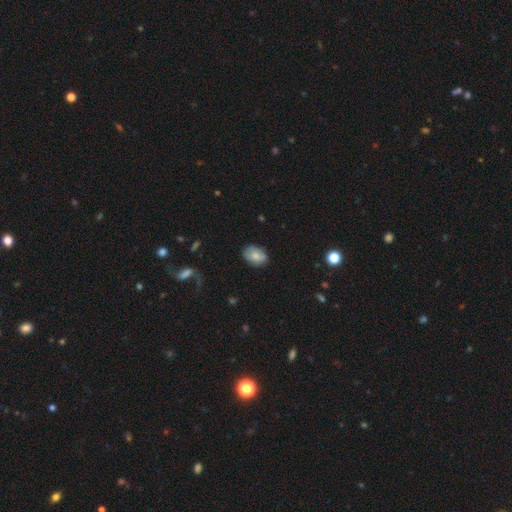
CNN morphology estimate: A smooth galaxy with no disk features (77%) that is in between round and cigar-shaped (82%). Merging: none (75%).